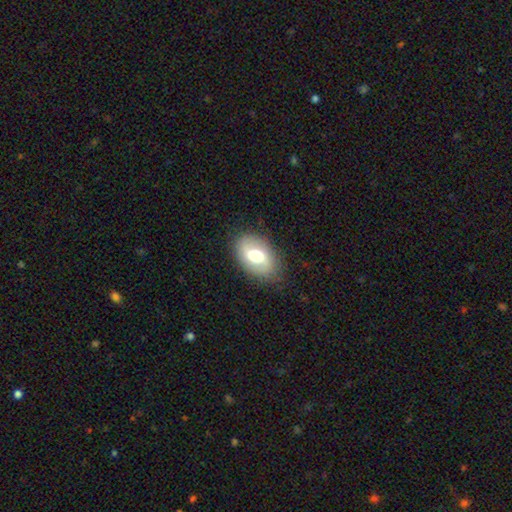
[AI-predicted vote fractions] A smooth galaxy with no disk features (51%) that is in between round and cigar-shaped (87%). Merging: none (82%).